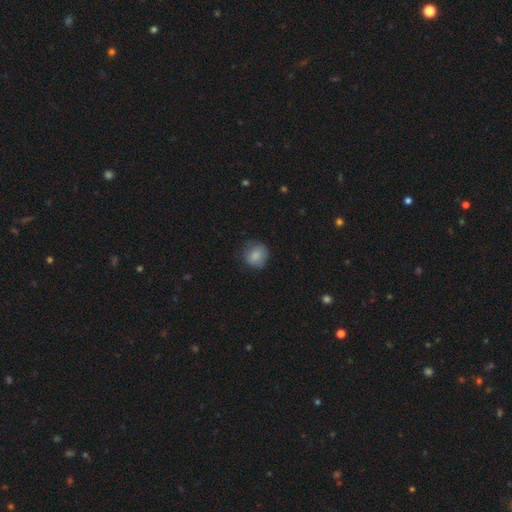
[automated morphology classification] This appears to be a smooth galaxy with no disk features (83%) that is round (86%). Merging: none (74%).